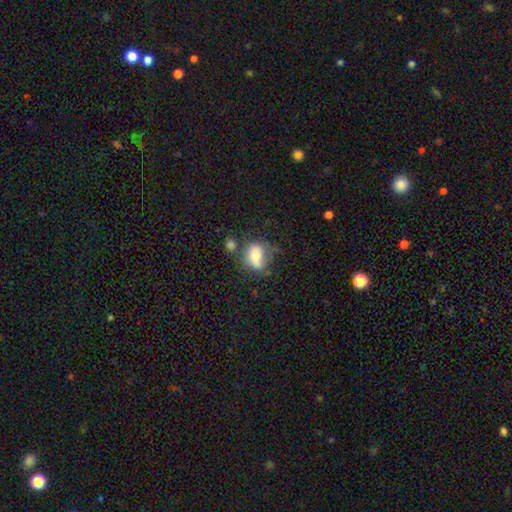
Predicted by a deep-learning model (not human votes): A smooth galaxy with no disk features (64%) that is in between round and cigar-shaped (58%). Merging: none (37%).